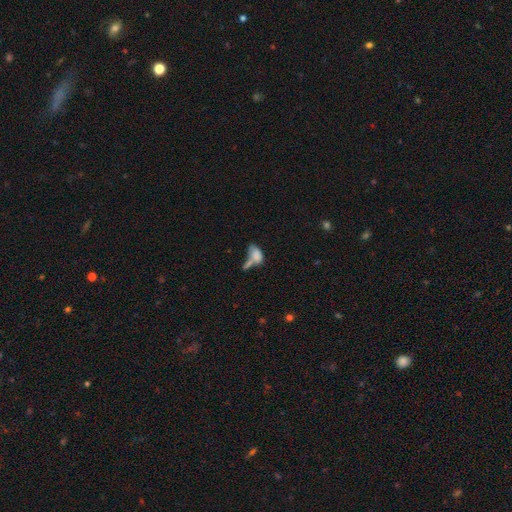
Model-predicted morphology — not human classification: smooth-or-featured: smooth: 74% | featured or disk: 16% | star or artifact: 10%
  how-rounded: in between: 89% | round: 6% | cigar-shaped: 5%
  merging: merger: 49% | none: 22% | major disturbance: 15% | minor disturbance: 14%